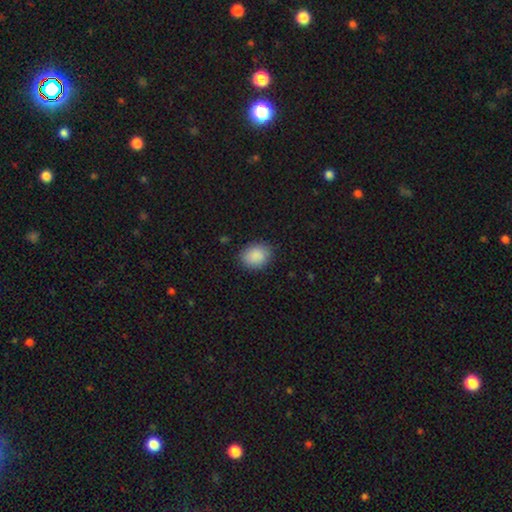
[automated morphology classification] Smooth or featured? smooth (89%)
How rounded? round (51%)
Merging? none (84%)